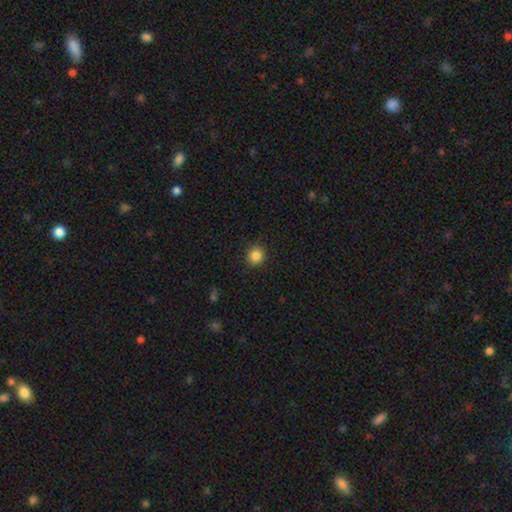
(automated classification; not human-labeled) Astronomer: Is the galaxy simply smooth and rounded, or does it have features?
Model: smooth — 85%.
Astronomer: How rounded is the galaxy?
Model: round — 89%.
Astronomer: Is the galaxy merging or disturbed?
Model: none — 91%.